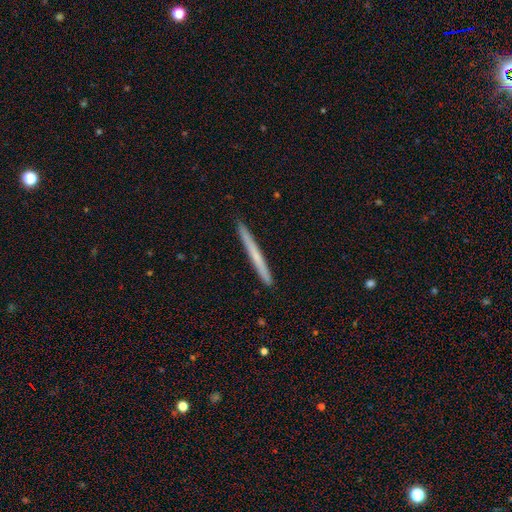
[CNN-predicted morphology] smooth_or_featured: smooth (p=0.57) [alt: featured or disk p=0.38]
how_rounded: cigar-shaped (p=0.97) [alt: in between p=0.01]
merging: none (p=0.92) [alt: minor disturbance p=0.06]